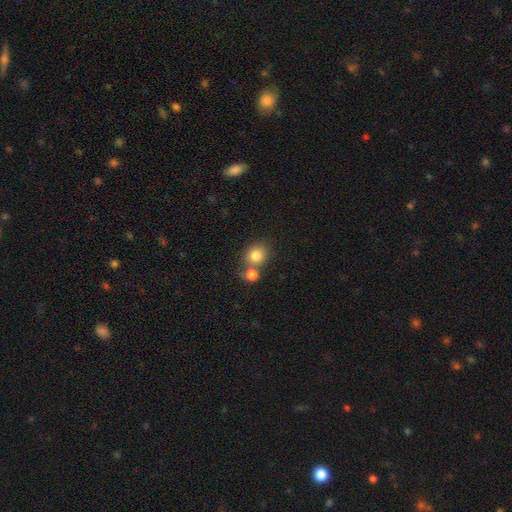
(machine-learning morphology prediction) Smooth or featured? Predicted: smooth (p=0.82). How rounded? Predicted: round (p=0.79). Merging? Predicted: none (p=0.55).